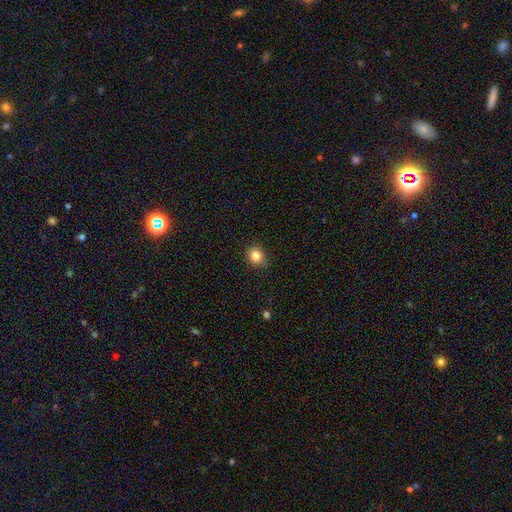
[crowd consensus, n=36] This appears to be a smooth galaxy with no disk features (94%) that is round (71%). Merging: none (77%).